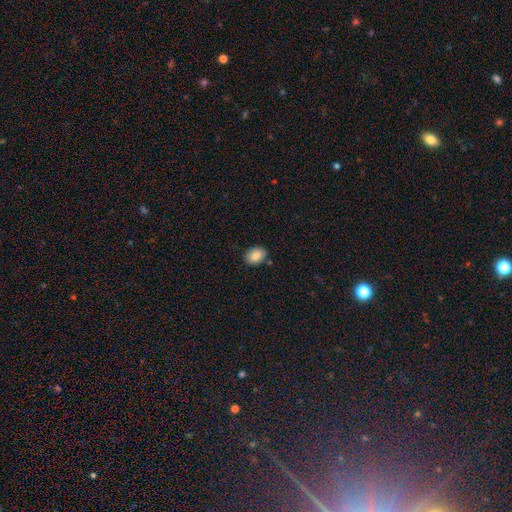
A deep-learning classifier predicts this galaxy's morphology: type=smooth (86%); roundness=in between (72%); merging=none (84%).